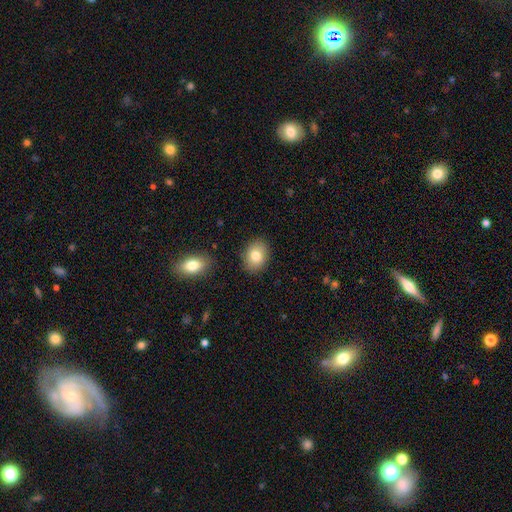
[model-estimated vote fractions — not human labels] This is clearly a smooth galaxy (81%). How rounded: likely in between (68%). Merging: clearly none (87%).